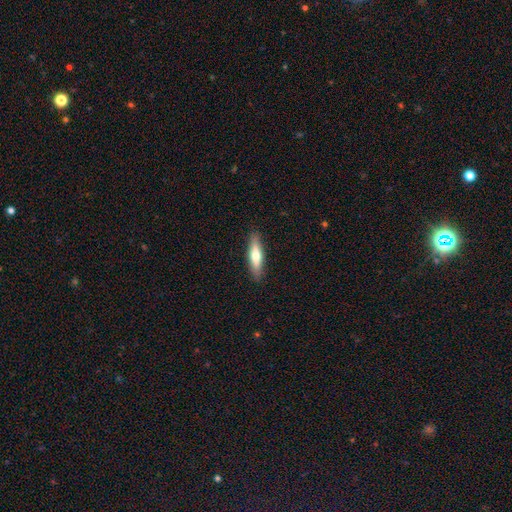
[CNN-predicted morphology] smooth 60%, featured or disk 34%, star or artifact 6%. Down the decision tree: how rounded — cigar-shaped (71%); merging — none (89%).